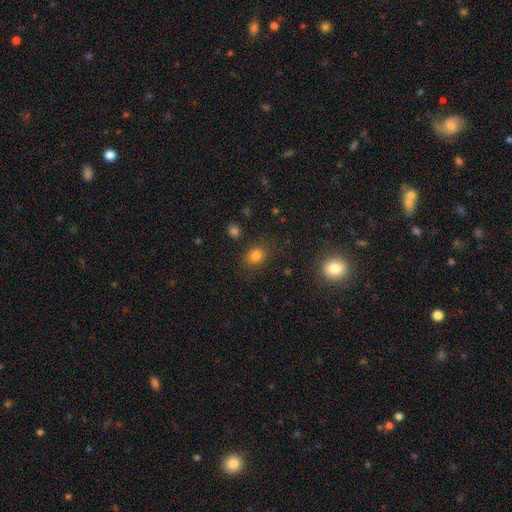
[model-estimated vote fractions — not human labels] smooth_or_featured: smooth (p=0.80) [alt: star or artifact p=0.14]
how_rounded: round (p=0.56) [alt: in between p=0.43]
merging: none (p=0.82) [alt: minor disturbance p=0.11]